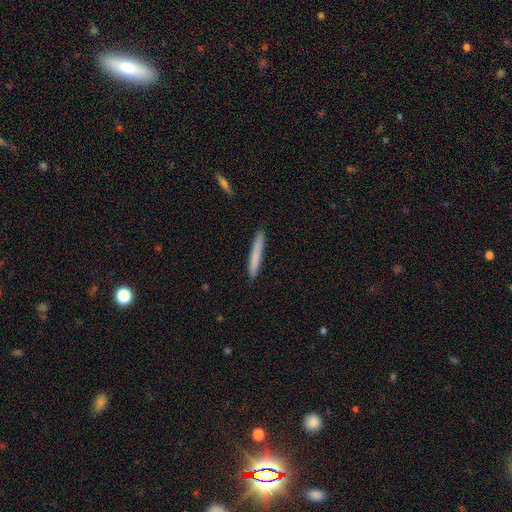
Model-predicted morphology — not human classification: Smooth or featured: smooth — 76% (featured or disk — 18%)
How rounded: cigar-shaped — 96% (in between — 3%)
Merging: none — 90% (minor disturbance — 7%)